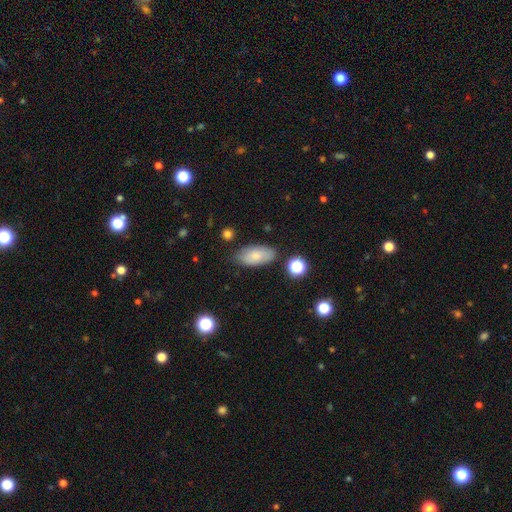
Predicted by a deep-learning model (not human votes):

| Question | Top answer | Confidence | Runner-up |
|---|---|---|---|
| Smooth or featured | smooth | 76% | featured or disk (17%) |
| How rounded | in between | 91% | cigar-shaped (6%) |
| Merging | none | 75% | minor disturbance (18%) |